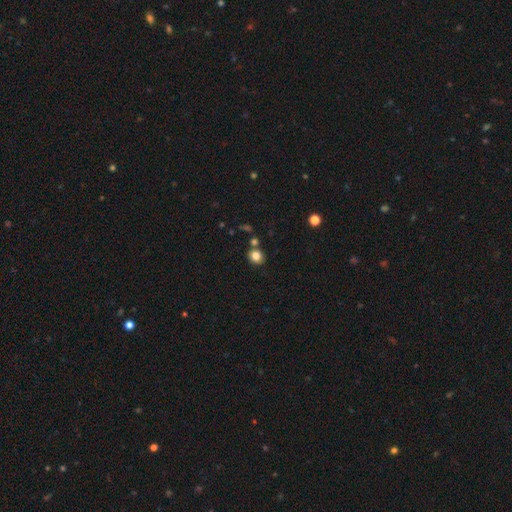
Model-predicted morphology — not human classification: smooth 84%, star or artifact 11%, featured or disk 6%. Down the decision tree: how rounded — round (72%); merging — none (75%).